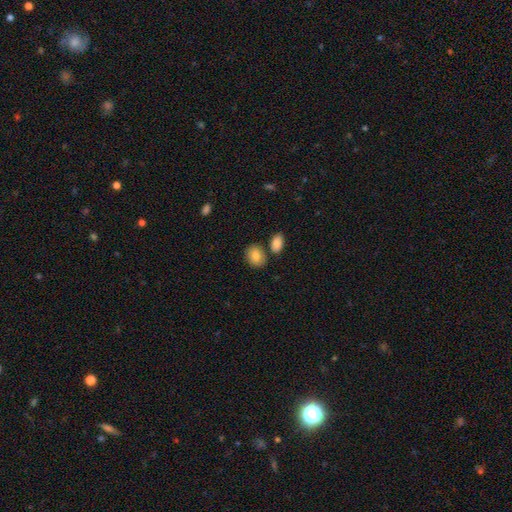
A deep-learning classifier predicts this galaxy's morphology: A smooth galaxy with no disk features (84%) that is in between round and cigar-shaped (65%).

Vote fractions:
- Smooth or featured? smooth: 84% / featured or disk: 9% / star or artifact: 7%
- How rounded? in between: 65% / round: 34% / cigar-shaped: 1%
- Merging? none: 72% / merger: 14% / minor disturbance: 11% / major disturbance: 3%